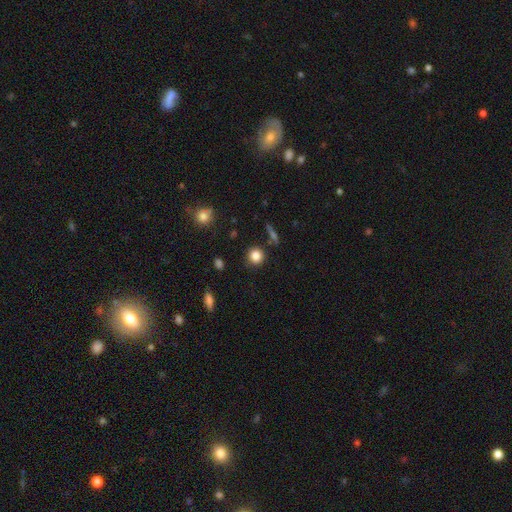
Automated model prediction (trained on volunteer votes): Smooth or featured?
  - smooth: 84% *
  - star or artifact: 11%
  - featured or disk: 5%
How rounded?
  - round: 91% *
  - in between: 8%
  - cigar-shaped: 1%
Merging?
  - none: 87% *
  - minor disturbance: 7%
  - merger: 3%
  - major disturbance: 2%